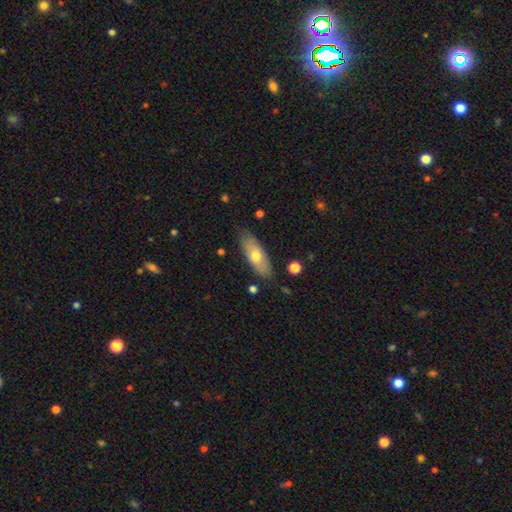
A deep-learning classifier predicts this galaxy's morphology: Smooth or featured: smooth — 62% (featured or disk — 32%)
How rounded: in between — 71% (cigar-shaped — 27%)
Merging: none — 80% (minor disturbance — 15%)